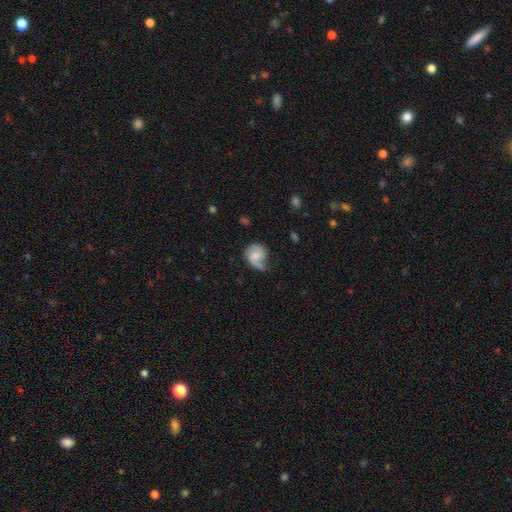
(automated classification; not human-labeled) Q: Smooth or featured?
A: featured or disk (50%); runner-up: smooth (43%)
Q: Merging?
A: none (39%); runner-up: minor disturbance (35%)